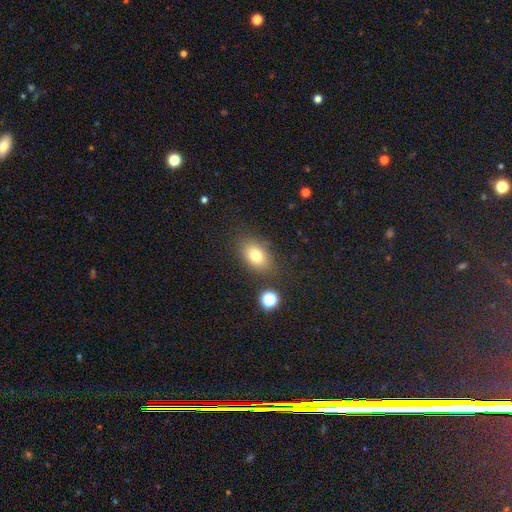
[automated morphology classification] smooth 77%, featured or disk 11%, star or artifact 11%. Down the decision tree: how rounded — in between (81%); merging — none (80%).